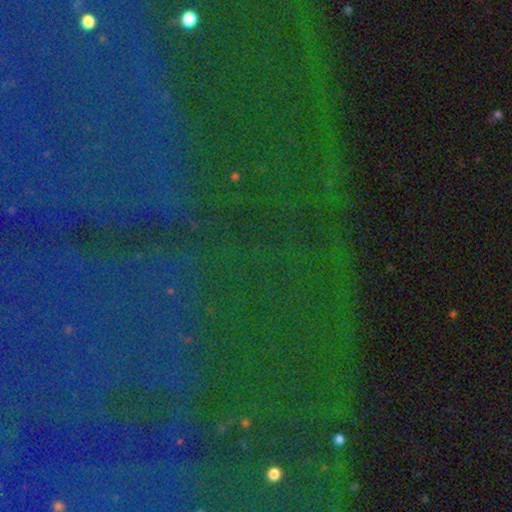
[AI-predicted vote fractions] A star or artifact, not a galaxy (81%).